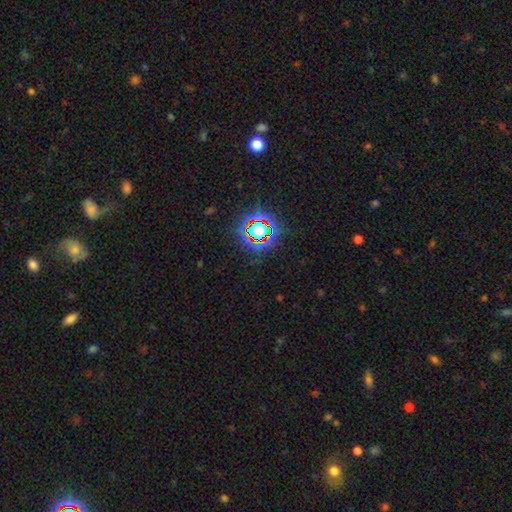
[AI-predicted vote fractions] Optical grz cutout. It shows a star or artifact, not a galaxy (77%).